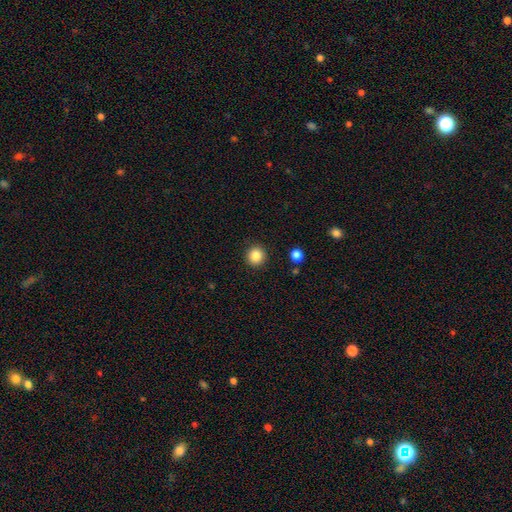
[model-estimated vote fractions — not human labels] This is clearly a smooth galaxy (85%). How rounded: clearly round (93%). Merging: clearly none (91%).